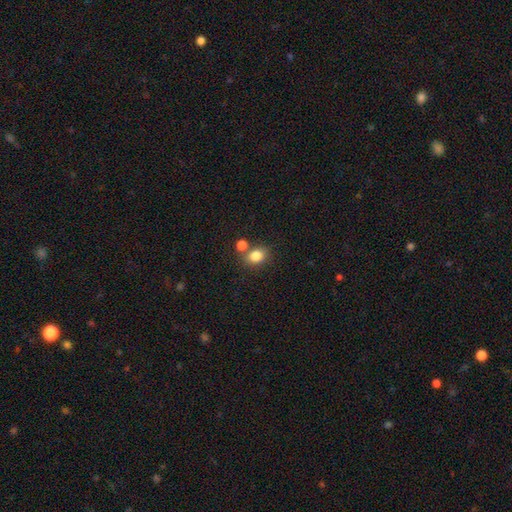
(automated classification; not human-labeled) Morphology: type=smooth (82%); roundness=round (54%); merging=none (64%).